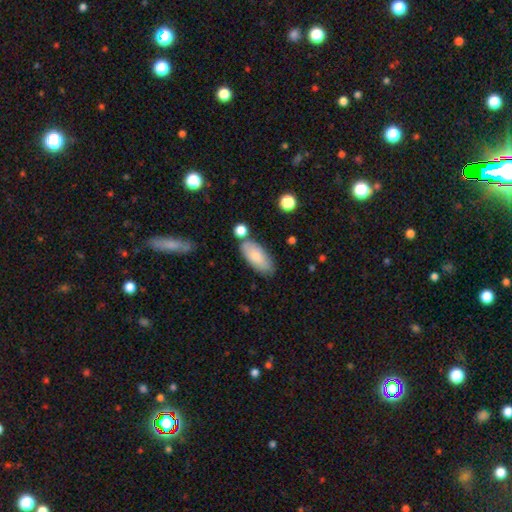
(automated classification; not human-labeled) Morphology: type=smooth (76%); roundness=in between (88%); merging=none (70%).